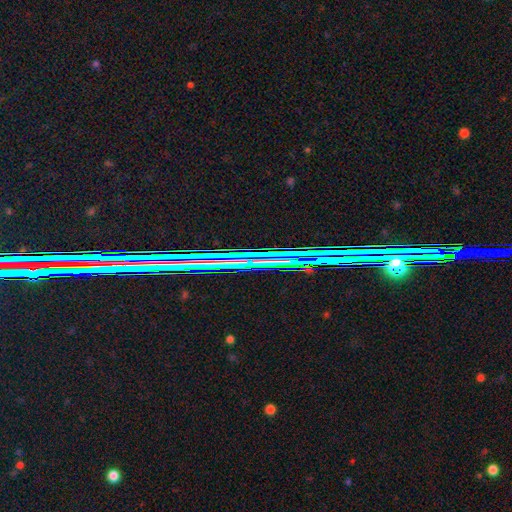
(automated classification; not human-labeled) The model was most divided on "smooth or featured": star or artifact: 79%, featured or disk: 12%, smooth: 9%.